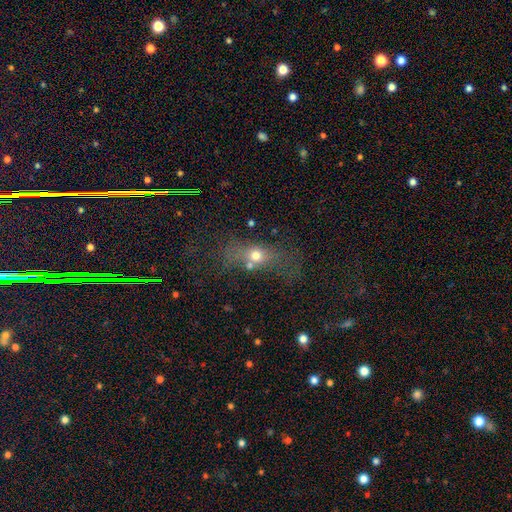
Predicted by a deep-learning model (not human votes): This appears to be a smooth galaxy with no disk features (59%) that is in between round and cigar-shaped (52%). Merging: none (46%).